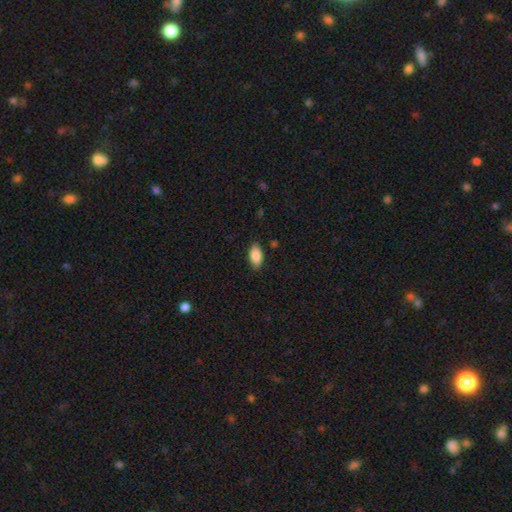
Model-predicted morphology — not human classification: Overall: smooth (88%). How rounded: in between (92%). Merging: none (86%).